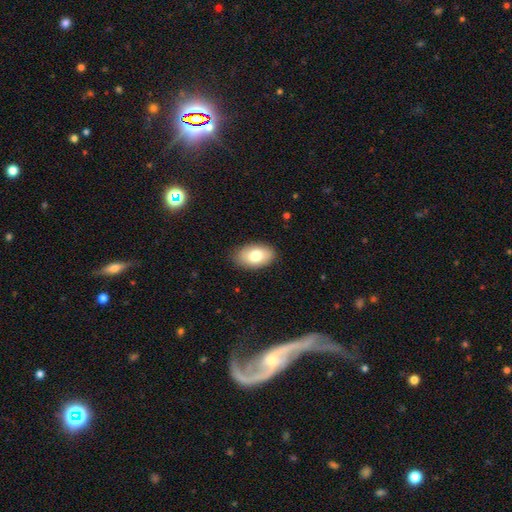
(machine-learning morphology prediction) Smooth or featured? Predicted: smooth (p=0.78). How rounded? Predicted: in between (p=0.93). Merging? Predicted: none (p=0.86).